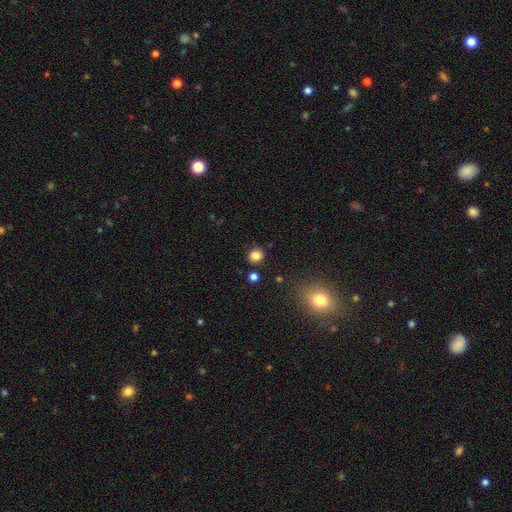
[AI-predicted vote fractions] The model was most divided on "how rounded": round: 84%, in between: 15%, cigar-shaped: 1%. More confident: merging — none (85%); smooth or featured — smooth (83%).